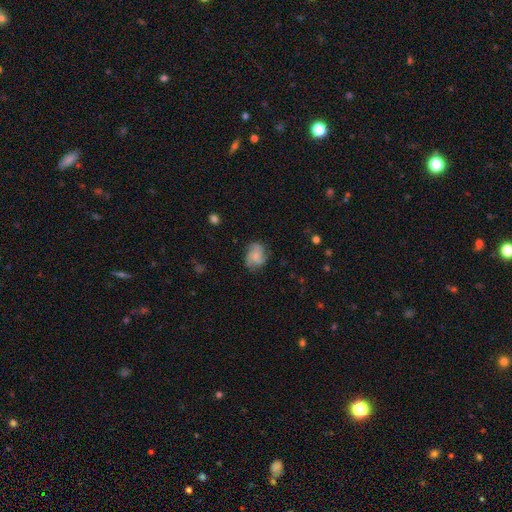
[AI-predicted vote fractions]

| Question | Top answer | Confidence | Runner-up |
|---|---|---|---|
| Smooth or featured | featured or disk | 54% | smooth (37%) |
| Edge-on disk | no | 97% | yes (3%) |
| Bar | no | 78% | weak (19%) |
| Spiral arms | yes | 89% | no (11%) |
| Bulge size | small | 65% | moderate (26%) |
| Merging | none | 67% | minor disturbance (23%) |